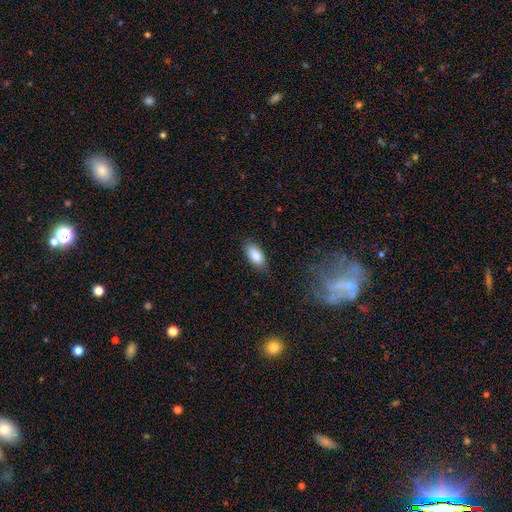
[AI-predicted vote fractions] A smooth galaxy with no disk features (86%) that is in between round and cigar-shaped (90%).

Vote fractions:
- Smooth or featured? smooth: 86% / featured or disk: 7% / star or artifact: 7%
- How rounded? in between: 90% / cigar-shaped: 8% / round: 2%
- Merging? none: 83% / minor disturbance: 13% / major disturbance: 3% / merger: 1%